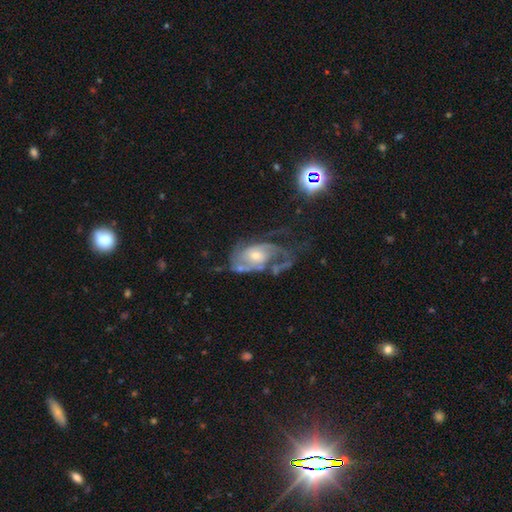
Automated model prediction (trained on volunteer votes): A featured or disk galaxy (78%) with no bar (66%), 2 (43%) medium (40%) spiral arms (86%) and a moderate central bulge (52%). Merging: major disturbance (40%).